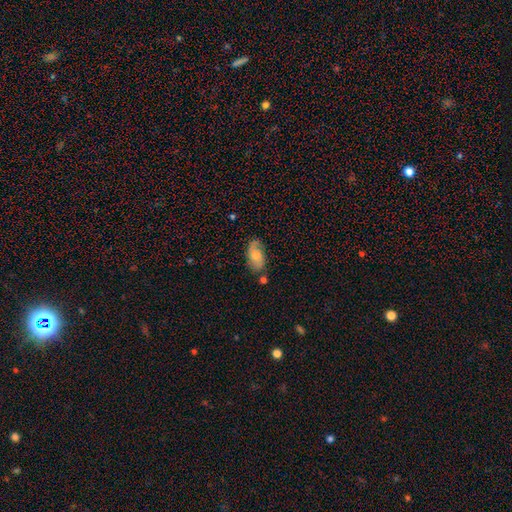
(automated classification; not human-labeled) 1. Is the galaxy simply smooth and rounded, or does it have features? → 49% smooth, 43% featured or disk, 8% star or artifact.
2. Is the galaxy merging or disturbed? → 70% none, 20% minor disturbance, 5% major disturbance, 5% merger.